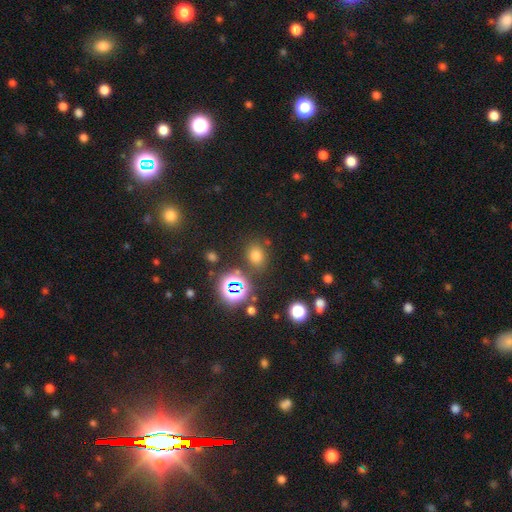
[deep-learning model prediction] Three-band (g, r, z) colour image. It shows a smooth galaxy with no disk features (66%) that is round (56%). Merging: none (80%).